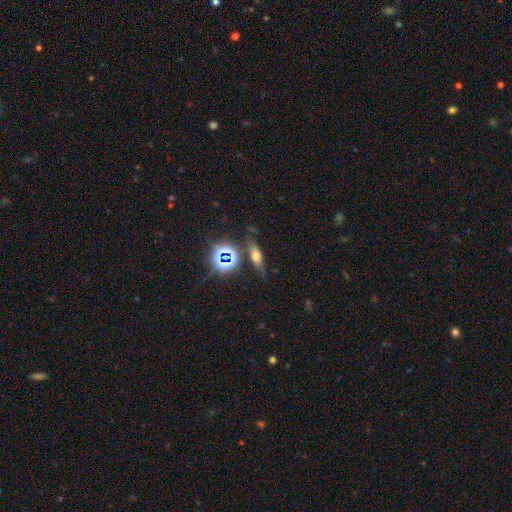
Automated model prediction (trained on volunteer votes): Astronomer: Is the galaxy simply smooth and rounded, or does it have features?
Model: smooth — 49% (runner-up: star or artifact, 26%).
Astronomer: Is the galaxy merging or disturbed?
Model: none — 71%.